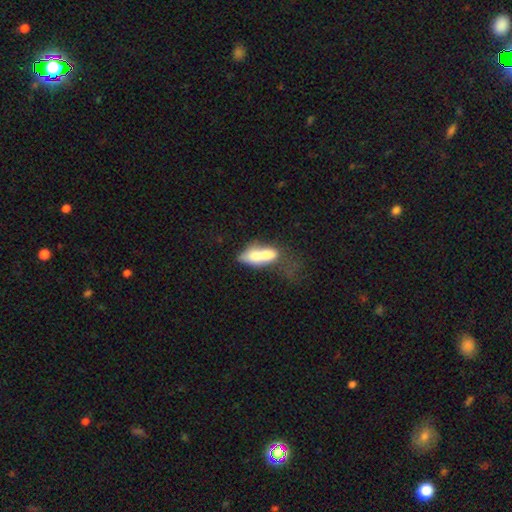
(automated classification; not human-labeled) Smooth or featured: smooth — 61% (featured or disk — 31%)
How rounded: in between — 75% (cigar-shaped — 15%)
Merging: merger — 67% (none — 13%)